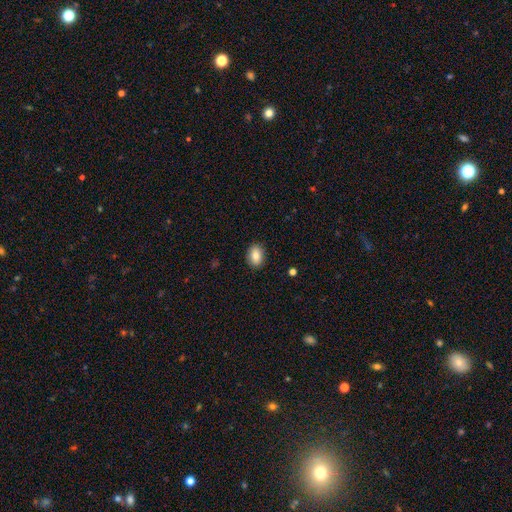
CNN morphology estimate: Smooth or featured? smooth (83%)
How rounded? in between (75%)
Merging? none (89%)